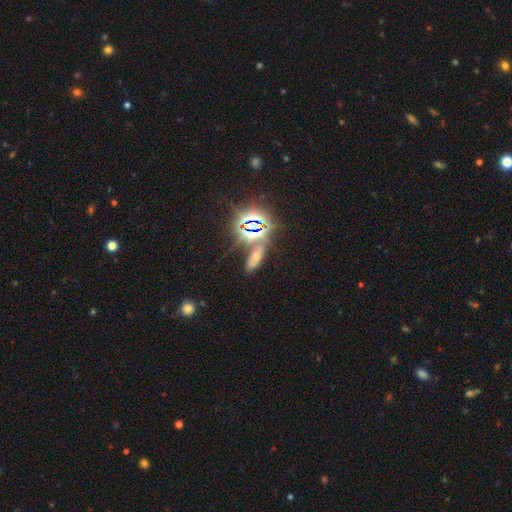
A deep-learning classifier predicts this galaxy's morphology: The model was most divided on "smooth or featured": star or artifact: 58%, smooth: 25%, featured or disk: 17%.